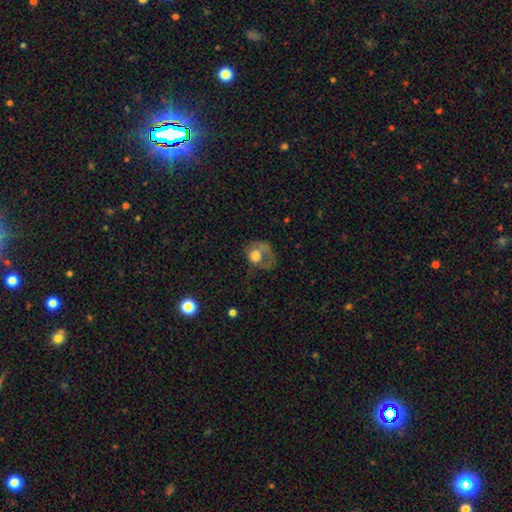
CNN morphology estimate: Overall: smooth (54%; featured or disk 36%). How rounded: round (54%; in between 45%). Merging: major disturbance (55%; none 23%).